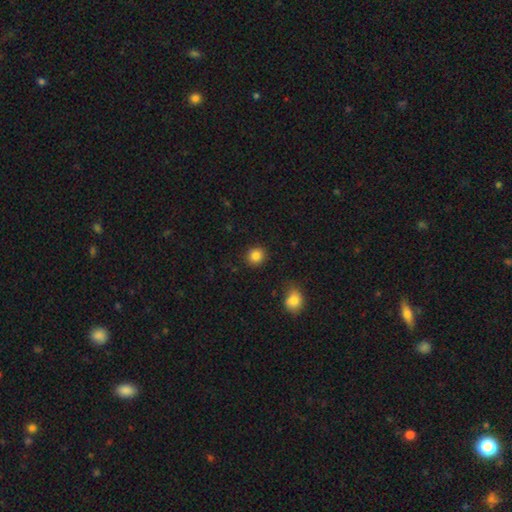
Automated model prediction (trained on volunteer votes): smooth 86%, star or artifact 10%, featured or disk 4%. Down the decision tree: how rounded — round (86%); merging — none (88%).